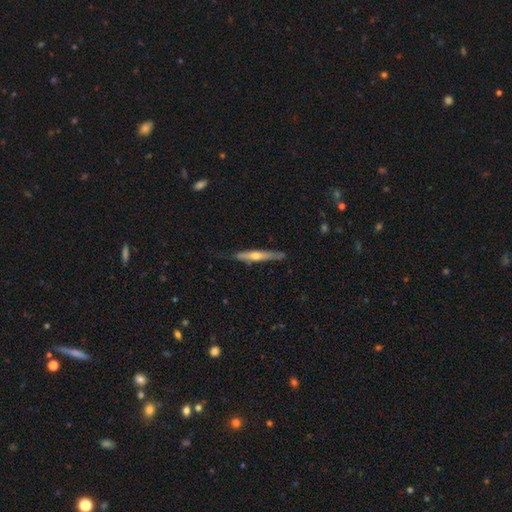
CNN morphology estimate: featured or disk 59%, smooth 35%, star or artifact 6%. Down the decision tree: edge-on disk — yes (93%); edge-on bulge — rounded (80%); merging — none (77%).